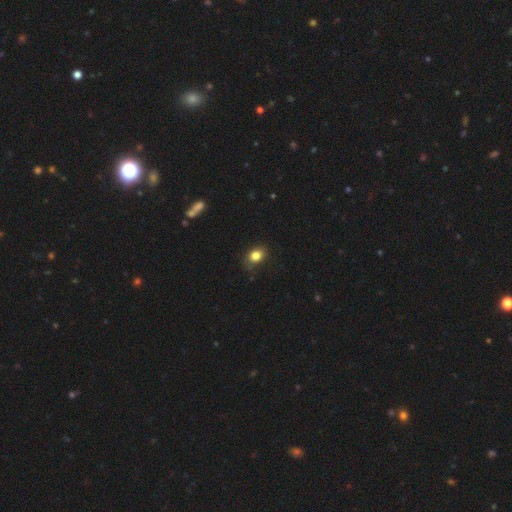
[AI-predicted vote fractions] This is clearly a smooth galaxy (83%). How rounded: possibly in between (54%). Merging: likely none (75%).